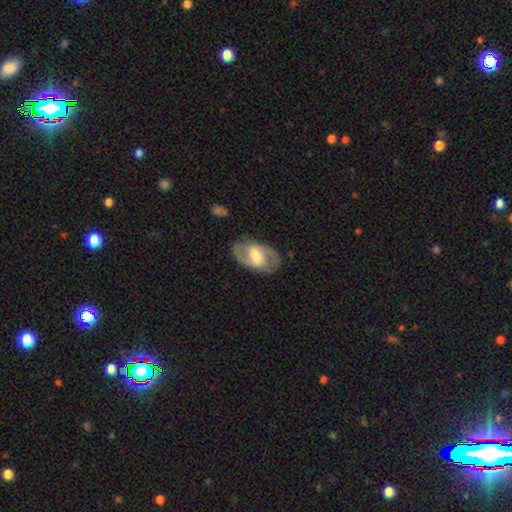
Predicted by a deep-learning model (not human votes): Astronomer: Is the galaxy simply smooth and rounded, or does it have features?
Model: featured or disk — 75%.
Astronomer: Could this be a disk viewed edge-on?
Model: no — 95%.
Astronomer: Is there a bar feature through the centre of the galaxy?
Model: weak — 51% (runner-up: strong, 29%).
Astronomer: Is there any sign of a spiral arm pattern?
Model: yes — 84%.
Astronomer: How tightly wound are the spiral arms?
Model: medium — 52%.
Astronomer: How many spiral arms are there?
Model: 2 — 87%.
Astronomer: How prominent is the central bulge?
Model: moderate — 59%.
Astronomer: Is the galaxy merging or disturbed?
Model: none — 81%.